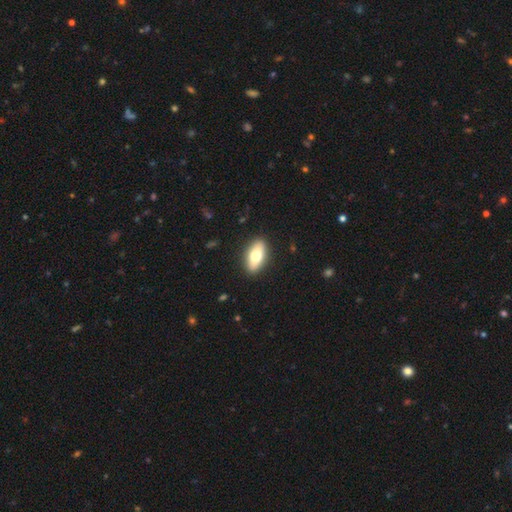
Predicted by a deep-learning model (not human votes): This is likely a smooth galaxy (69%). How rounded: clearly in between (88%). Merging: clearly none (90%).